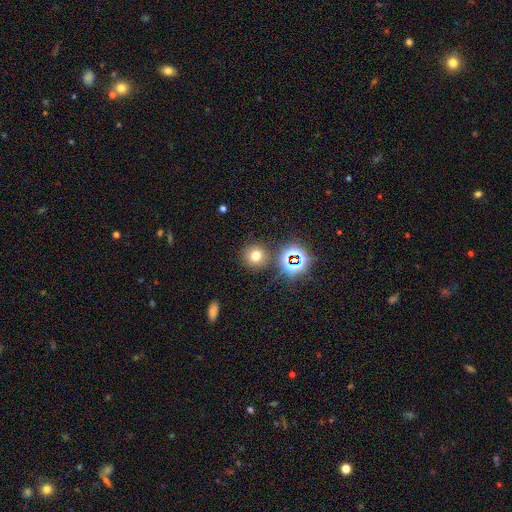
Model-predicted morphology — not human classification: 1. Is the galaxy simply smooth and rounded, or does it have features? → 66% smooth, 25% star or artifact, 10% featured or disk.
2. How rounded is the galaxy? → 91% round, 8% in between, 1% cigar-shaped.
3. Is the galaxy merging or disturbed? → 84% none, 8% minor disturbance, 6% merger, 3% major disturbance.